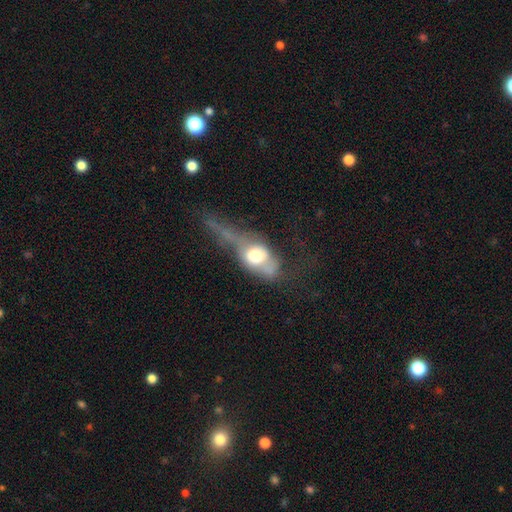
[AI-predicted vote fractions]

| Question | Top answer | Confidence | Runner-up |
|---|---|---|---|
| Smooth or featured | smooth | 54% | featured or disk (37%) |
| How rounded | in between | 69% | round (24%) |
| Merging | major disturbance | 50% | minor disturbance (19%) |